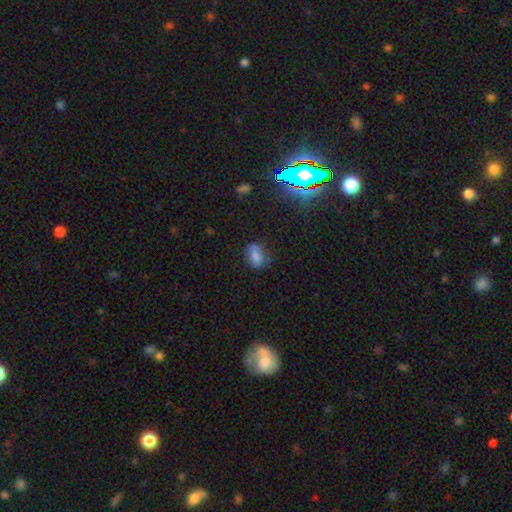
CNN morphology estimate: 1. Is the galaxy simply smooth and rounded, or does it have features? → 69% smooth, 17% featured or disk, 14% star or artifact.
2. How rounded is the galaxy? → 71% in between, 27% round, 2% cigar-shaped.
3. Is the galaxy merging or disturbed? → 54% none, 29% minor disturbance, 14% major disturbance, 3% merger.